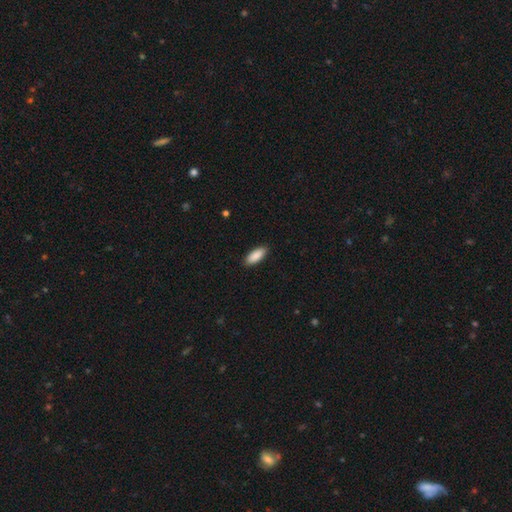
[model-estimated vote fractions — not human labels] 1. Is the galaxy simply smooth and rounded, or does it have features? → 90% smooth, 6% star or artifact, 4% featured or disk.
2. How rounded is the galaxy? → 80% in between, 19% cigar-shaped, 2% round.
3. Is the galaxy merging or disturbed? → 90% none, 8% minor disturbance, 2% major disturbance, 1% merger.